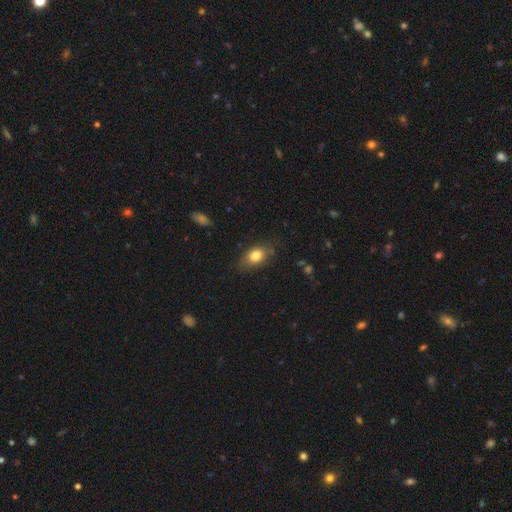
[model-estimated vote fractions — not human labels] Smooth or featured? Predicted: smooth (p=0.81). How rounded? Predicted: in between (p=0.78). Merging? Predicted: none (p=0.73).